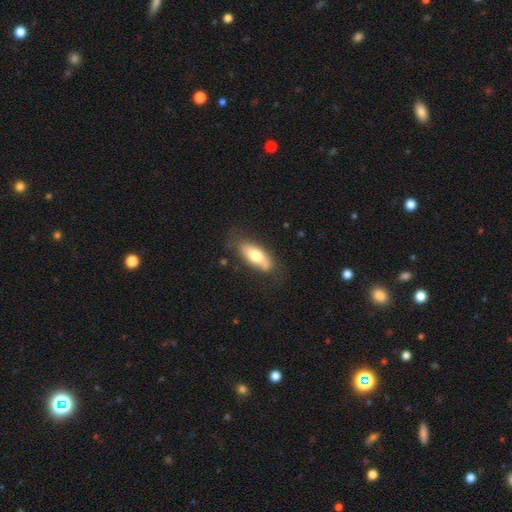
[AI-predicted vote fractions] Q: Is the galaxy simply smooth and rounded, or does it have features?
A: smooth — 68%.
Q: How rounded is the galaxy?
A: in between — 76%.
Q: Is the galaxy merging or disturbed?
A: none — 70%.